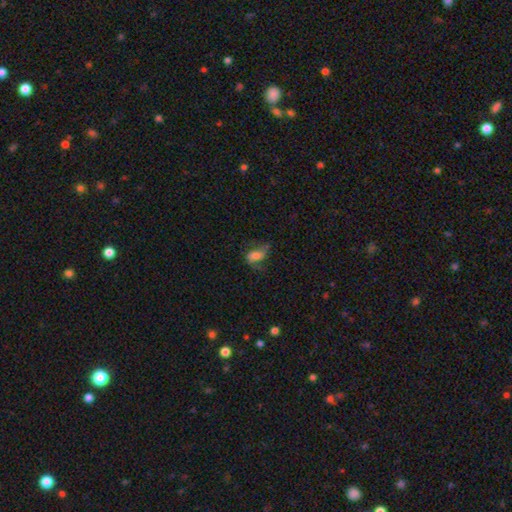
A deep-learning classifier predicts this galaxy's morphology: smooth-or-featured: smooth: 54% | featured or disk: 35% | star or artifact: 11%
  how-rounded: in between: 85% | round: 10% | cigar-shaped: 5%
  merging: none: 44% | major disturbance: 28% | minor disturbance: 26% | merger: 2%